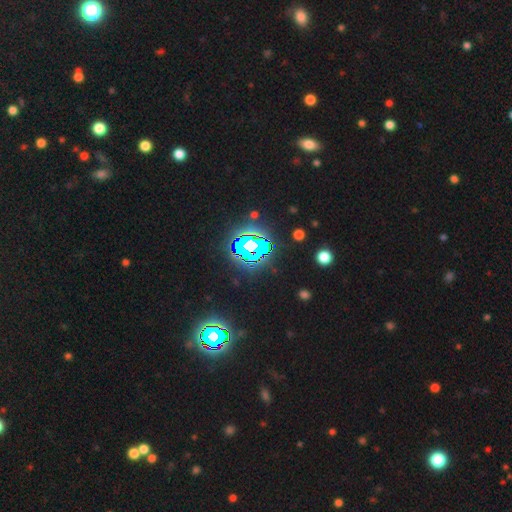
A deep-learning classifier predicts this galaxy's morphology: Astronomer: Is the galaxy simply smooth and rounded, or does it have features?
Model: star or artifact — 72%.